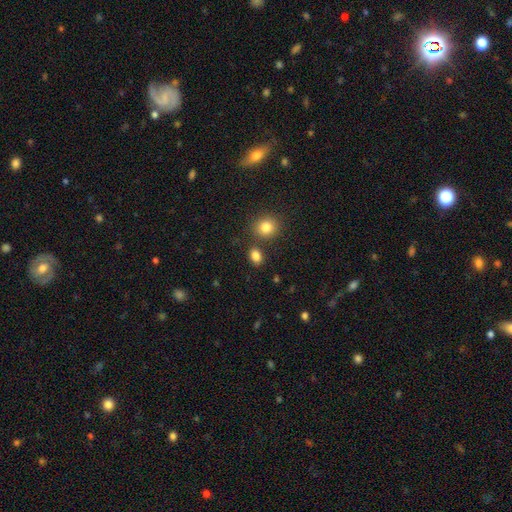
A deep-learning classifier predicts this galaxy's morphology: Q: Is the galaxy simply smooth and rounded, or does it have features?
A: smooth — 84%.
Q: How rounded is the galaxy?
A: in between — 70%.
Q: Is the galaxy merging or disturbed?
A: none — 77%.